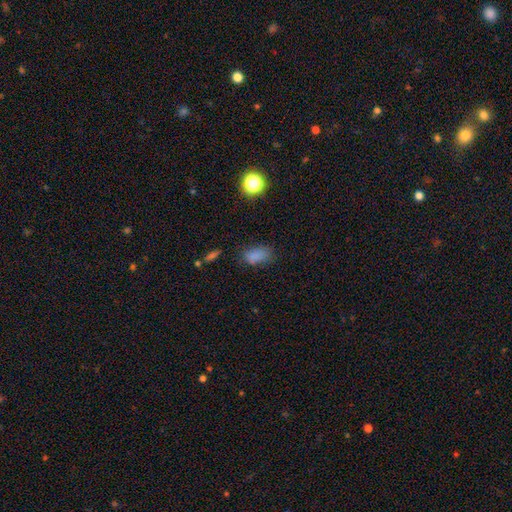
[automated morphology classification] This is likely a smooth galaxy (79%). How rounded: clearly in between (87%). Merging: likely none (65%).